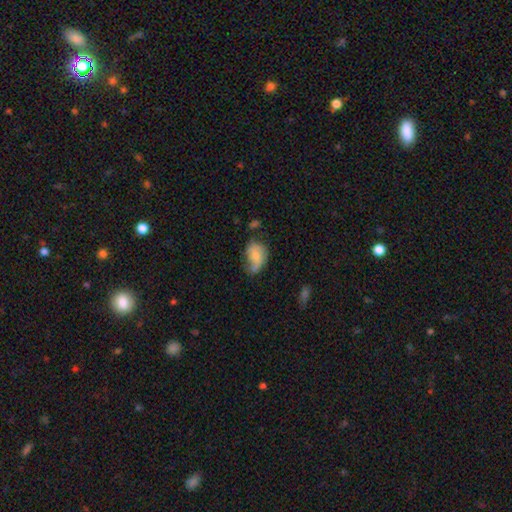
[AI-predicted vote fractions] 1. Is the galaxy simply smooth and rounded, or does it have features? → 54% smooth, 38% featured or disk, 8% star or artifact.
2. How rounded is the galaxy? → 77% in between, 21% round, 2% cigar-shaped.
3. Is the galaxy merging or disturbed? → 37% none, 36% minor disturbance, 21% major disturbance, 5% merger.